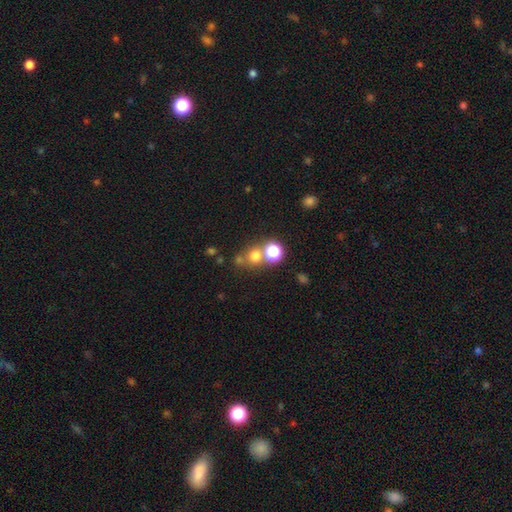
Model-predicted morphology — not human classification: This appears to be a smooth galaxy with no disk features (66%) that is round (86%). Merging: none (60%).